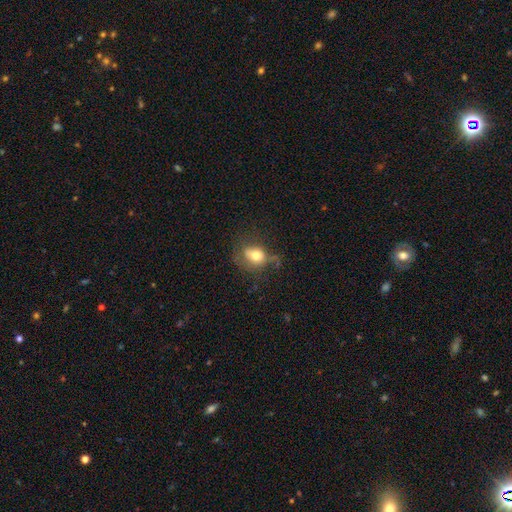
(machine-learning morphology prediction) A smooth galaxy with no disk features (68%) that is in between round and cigar-shaped (54%).

Vote fractions:
- Smooth or featured? smooth: 68% / featured or disk: 20% / star or artifact: 11%
- How rounded? in between: 54% / round: 44% / cigar-shaped: 2%
- Merging? none: 54% / minor disturbance: 26% / major disturbance: 16% / merger: 4%